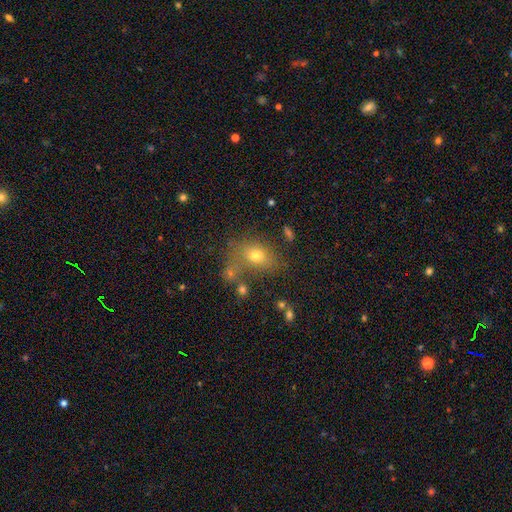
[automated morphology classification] Smooth or featured? smooth (67%)
How rounded? in between (63%)
Merging? none (55%)